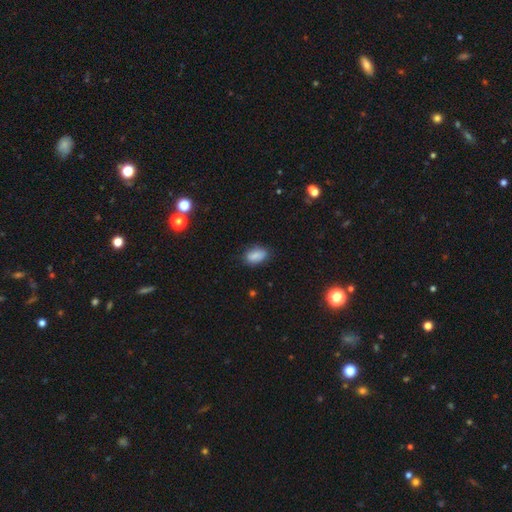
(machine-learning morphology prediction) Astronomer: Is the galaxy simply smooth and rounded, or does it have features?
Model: smooth — 83%.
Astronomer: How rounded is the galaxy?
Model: in between — 90%.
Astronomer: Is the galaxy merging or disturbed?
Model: none — 77%.